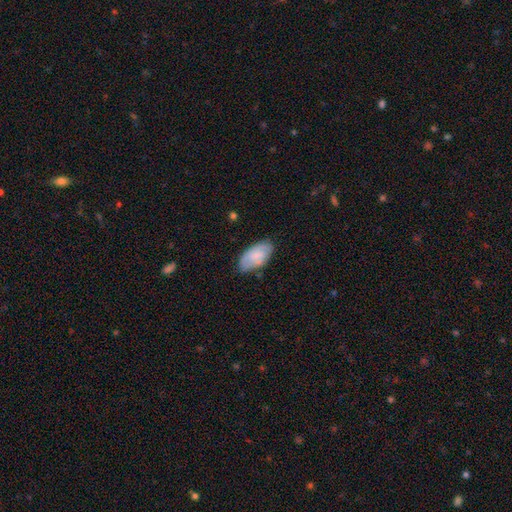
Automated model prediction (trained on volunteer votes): Overall: smooth (74%). How rounded: in between (95%). Merging: none (72%).